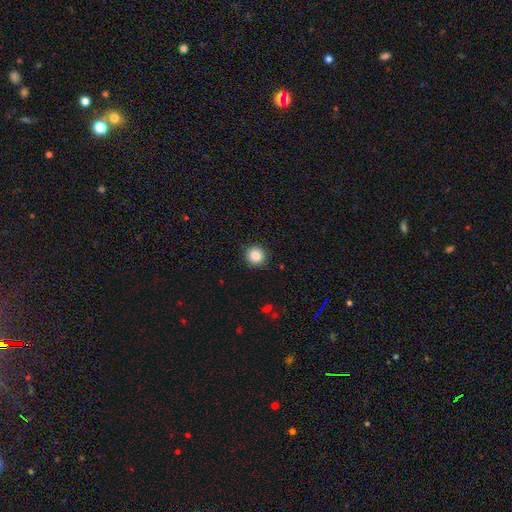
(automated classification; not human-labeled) A smooth galaxy with no disk features (86%) that is round (93%).

Vote fractions:
- Smooth or featured? smooth: 86% / star or artifact: 9% / featured or disk: 5%
- How rounded? round: 93% / in between: 6% / cigar-shaped: 1%
- Merging? none: 90% / minor disturbance: 7% / major disturbance: 2% / merger: 1%